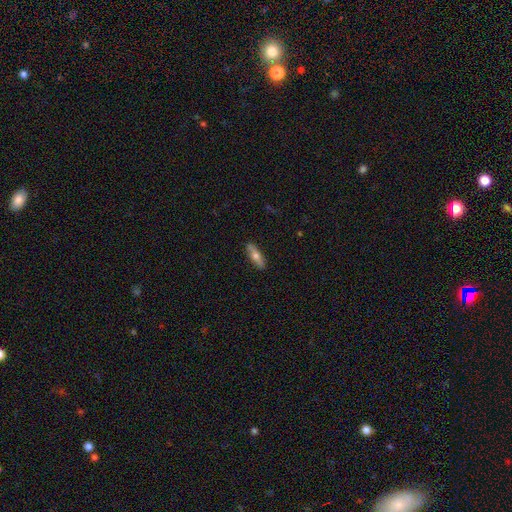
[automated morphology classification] Smooth or featured?
  - smooth: 60% *
  - featured or disk: 34%
  - star or artifact: 6%
How rounded?
  - cigar-shaped: 54% *
  - in between: 43%
  - round: 3%
Merging?
  - none: 89% *
  - minor disturbance: 9%
  - major disturbance: 2%
  - merger: 1%